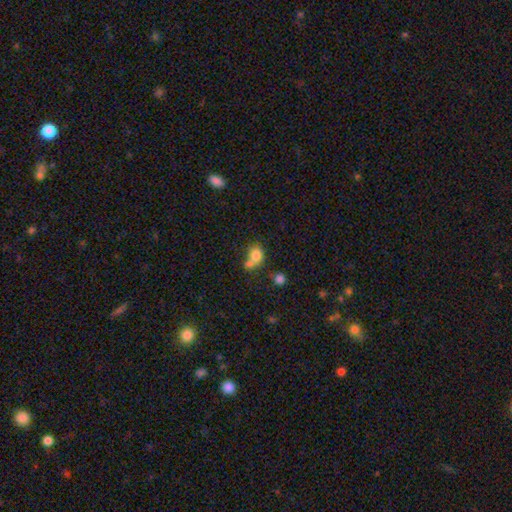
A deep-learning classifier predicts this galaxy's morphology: type=smooth (78%); roundness=round (61%); merging=merger (47%).